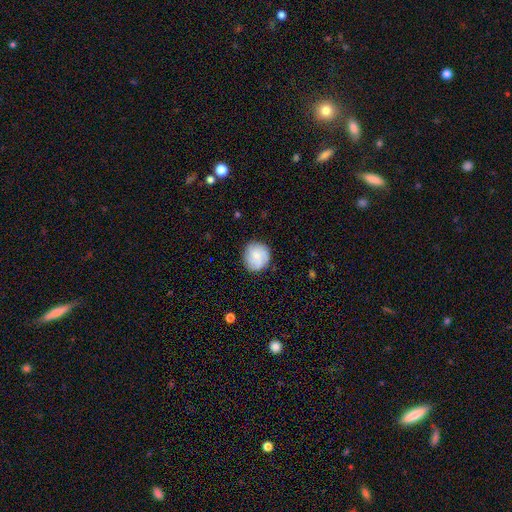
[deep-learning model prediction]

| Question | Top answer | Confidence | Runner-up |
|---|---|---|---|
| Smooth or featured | smooth | 60% | featured or disk (32%) |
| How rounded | round | 87% | in between (12%) |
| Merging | none | 82% | minor disturbance (14%) |